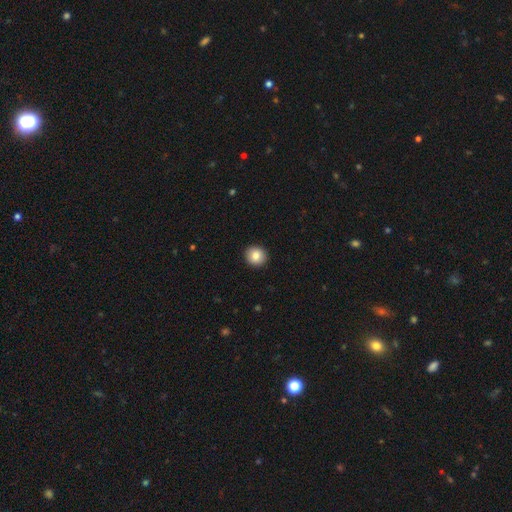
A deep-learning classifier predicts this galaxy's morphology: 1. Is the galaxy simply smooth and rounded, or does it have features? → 84% smooth, 8% star or artifact, 7% featured or disk.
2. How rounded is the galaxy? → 91% round, 8% in between, 1% cigar-shaped.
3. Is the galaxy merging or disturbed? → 93% none, 5% minor disturbance, 1% major disturbance, 1% merger.